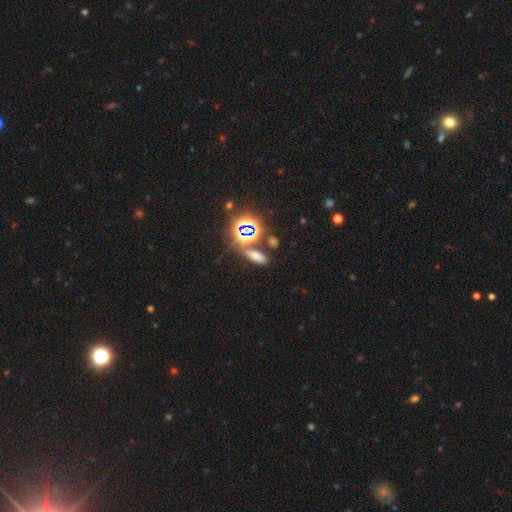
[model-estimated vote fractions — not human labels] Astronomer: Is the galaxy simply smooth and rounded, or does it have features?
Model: smooth — 52% (runner-up: star or artifact, 37%).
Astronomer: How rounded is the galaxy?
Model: in between — 64%.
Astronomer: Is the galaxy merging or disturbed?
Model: none — 71%.